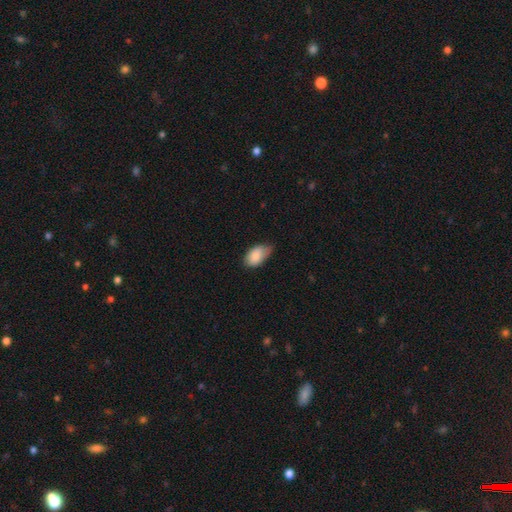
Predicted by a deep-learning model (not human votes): Smooth or featured? smooth (86%)
How rounded? in between (94%)
Merging? none (58%)